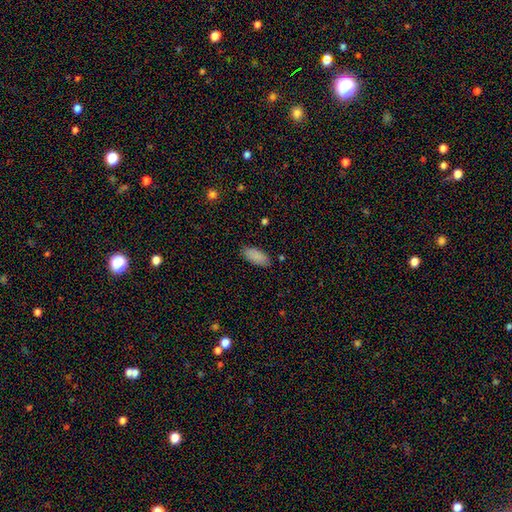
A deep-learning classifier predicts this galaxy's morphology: This appears to be a smooth galaxy with no disk features (88%) that is in between round and cigar-shaped (89%). Merging: none (85%).